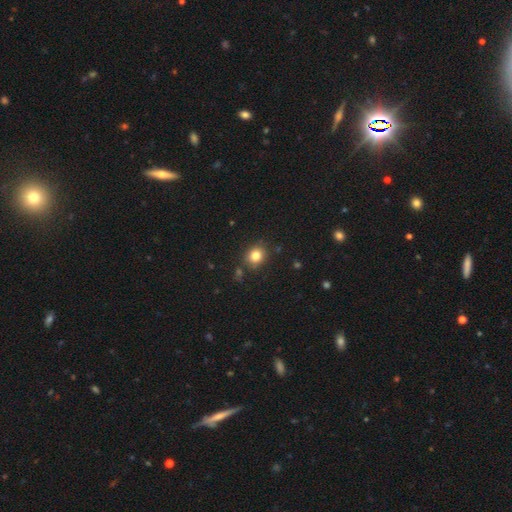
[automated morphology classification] Smooth or featured: smooth — 82% (star or artifact — 12%)
How rounded: round — 70% (in between — 29%)
Merging: none — 82% (minor disturbance — 11%)